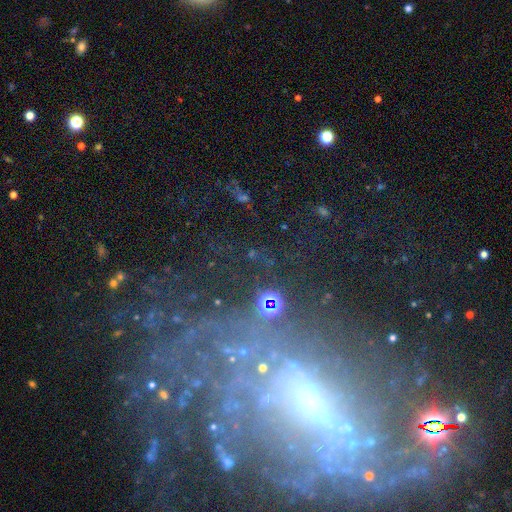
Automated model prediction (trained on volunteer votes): Smooth or featured? Predicted: featured or disk (p=0.50). Edge-on disk? Predicted: no (p=0.91). Merging? Predicted: none (p=0.64).